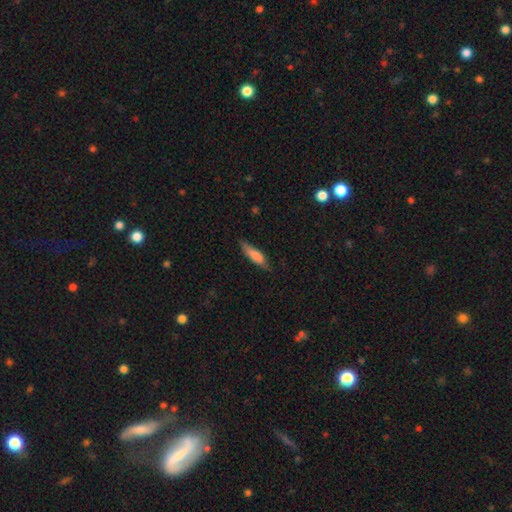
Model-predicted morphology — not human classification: The model was most divided on "how rounded": cigar-shaped: 63%, in between: 35%, round: 2%. More confident: smooth or featured — smooth (74%); merging — none (71%).